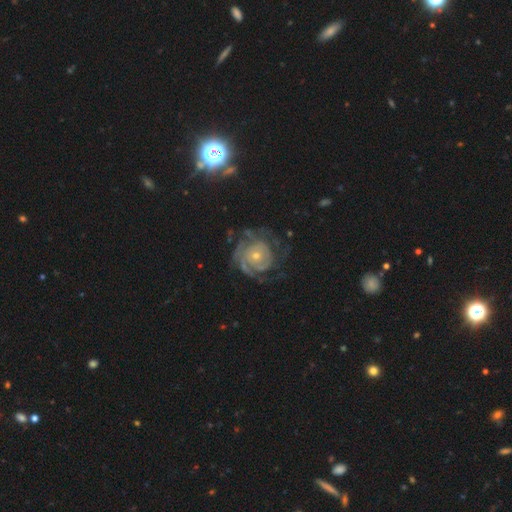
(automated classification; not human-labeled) A featured or disk galaxy (82%) with no bar (82%), tight (71%) spiral arms (90%) and a small central bulge (59%). Merging: none (61%).